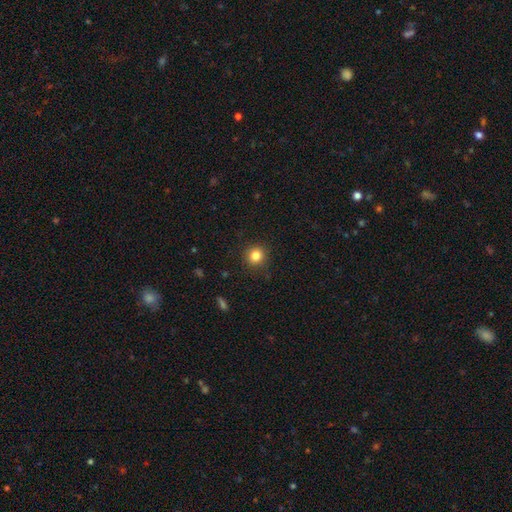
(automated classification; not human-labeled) The model was most divided on "smooth or featured": smooth: 83%, star or artifact: 12%, featured or disk: 6%. More confident: how rounded — round (93%); merging — none (90%).